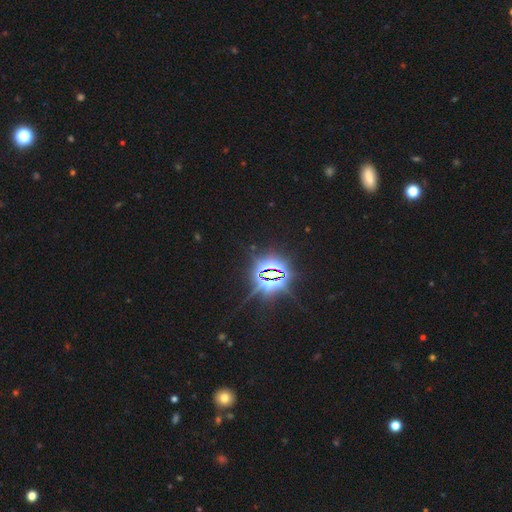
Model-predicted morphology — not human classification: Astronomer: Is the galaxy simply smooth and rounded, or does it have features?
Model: star or artifact — 83%.